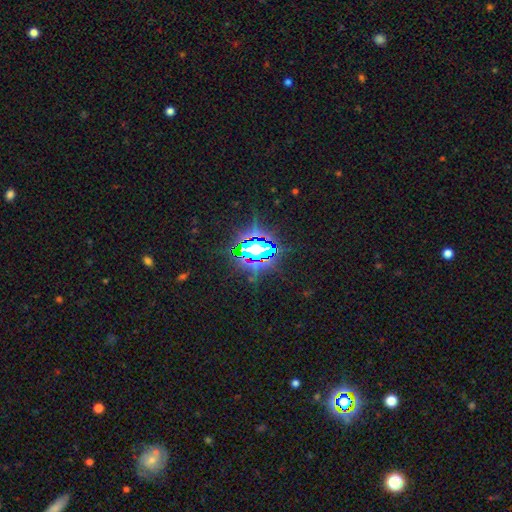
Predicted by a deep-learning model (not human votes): Smooth or featured?
  - star or artifact: 80% *
  - smooth: 11%
  - featured or disk: 8%